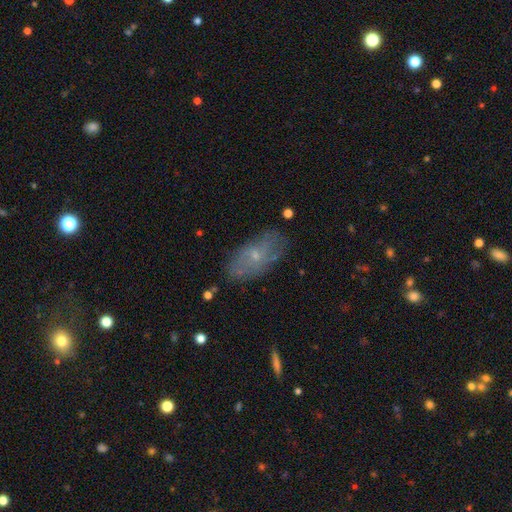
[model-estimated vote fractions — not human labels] Overall: featured or disk (48%; smooth 43%). Merging: none (69%).